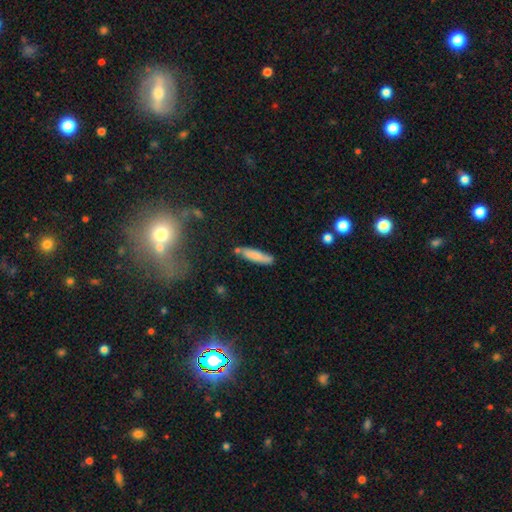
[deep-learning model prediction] smooth-or-featured: smooth: 79% | featured or disk: 15% | star or artifact: 7%
  how-rounded: cigar-shaped: 79% | in between: 19% | round: 2%
  merging: none: 75% | minor disturbance: 16% | merger: 6% | major disturbance: 3%